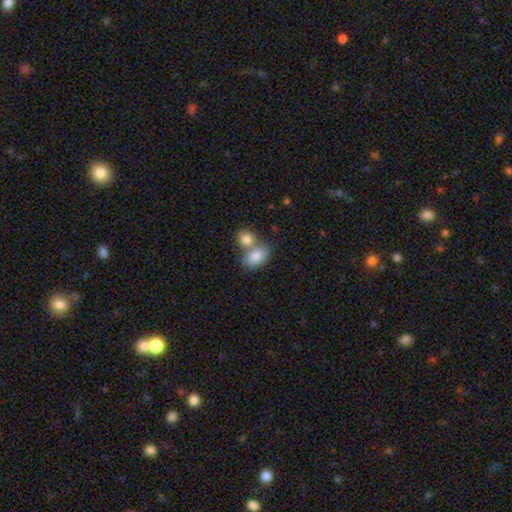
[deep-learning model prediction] This appears to be a smooth galaxy with no disk features (84%) that is in between round and cigar-shaped (83%). Merging: merger (51%).